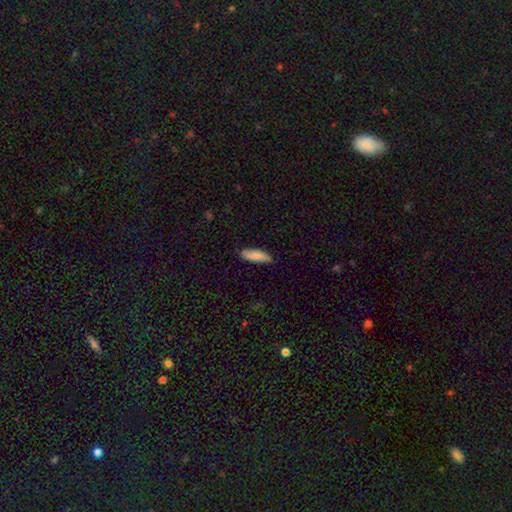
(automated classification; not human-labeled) smooth 80%, featured or disk 14%, star or artifact 6%. Down the decision tree: how rounded — in between (51%); merging — none (81%).